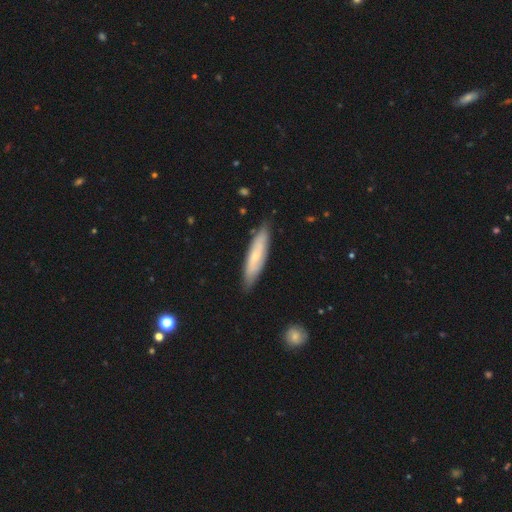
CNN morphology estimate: Smooth or featured? smooth (53%)
How rounded? cigar-shaped (76%)
Merging? none (83%)